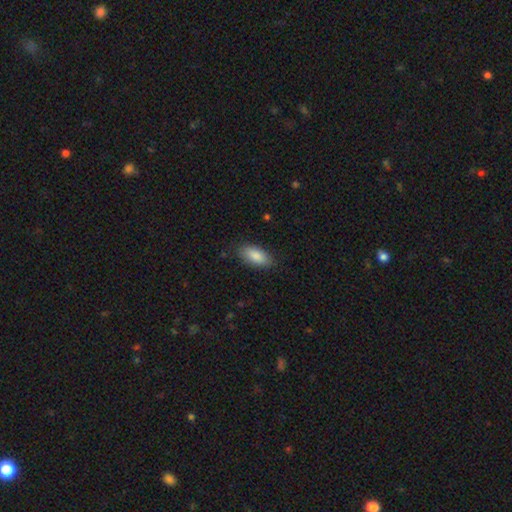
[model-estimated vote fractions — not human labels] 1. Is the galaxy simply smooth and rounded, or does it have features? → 87% smooth, 6% featured or disk, 6% star or artifact.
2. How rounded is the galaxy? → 89% in between, 9% cigar-shaped, 2% round.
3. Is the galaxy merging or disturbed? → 84% none, 12% minor disturbance, 3% major disturbance, 1% merger.